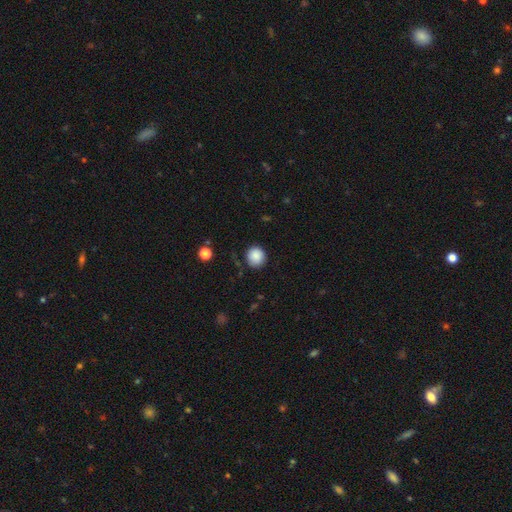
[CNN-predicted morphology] A smooth galaxy with no disk features (87%) that is round (88%).

Vote fractions:
- Smooth or featured? smooth: 87% / star or artifact: 9% / featured or disk: 4%
- How rounded? round: 88% / in between: 11% / cigar-shaped: 1%
- Merging? none: 84% / minor disturbance: 11% / major disturbance: 3% / merger: 1%